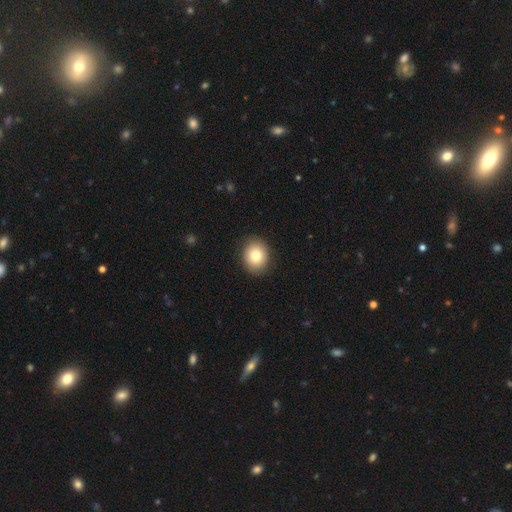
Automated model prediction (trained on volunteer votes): smooth 81%, featured or disk 10%, star or artifact 9%. Down the decision tree: how rounded — round (63%); merging — none (89%).